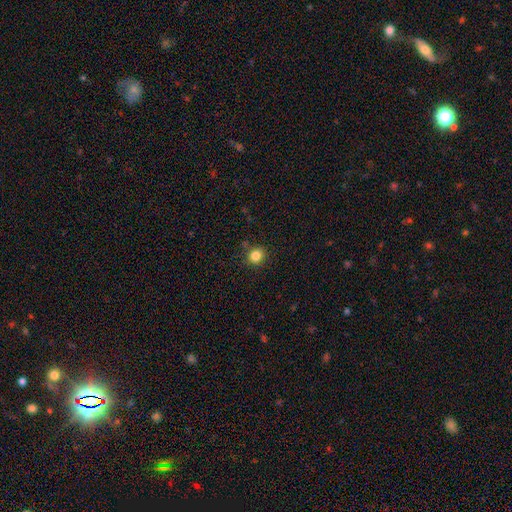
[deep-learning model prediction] Morphology: type=smooth (83%); roundness=round (85%); merging=none (87%).